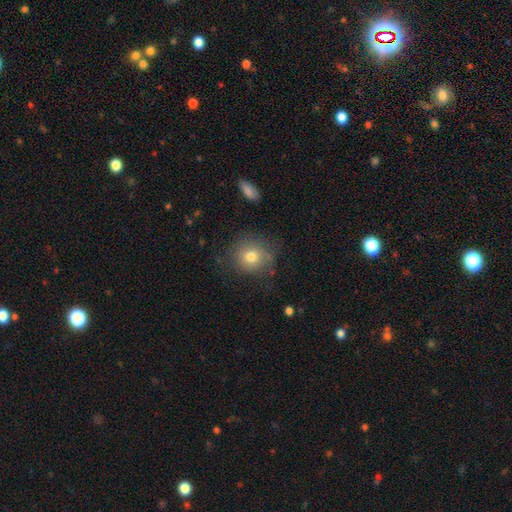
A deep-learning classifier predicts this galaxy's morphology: Smooth or featured? smooth (46%)
Merging? none (84%)